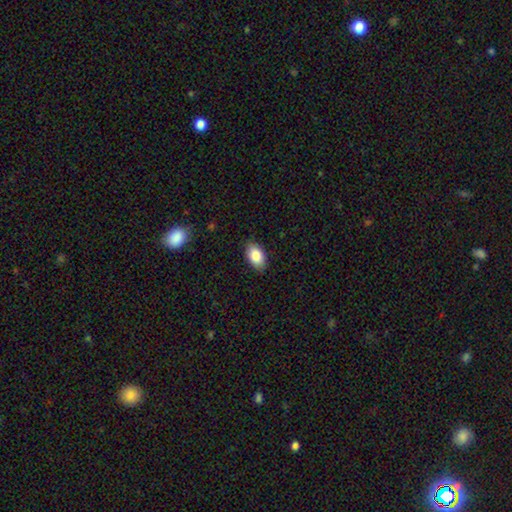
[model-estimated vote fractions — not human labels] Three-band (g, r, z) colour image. It shows a smooth galaxy with no disk features (86%) that is in between round and cigar-shaped (93%). Merging: none (87%).